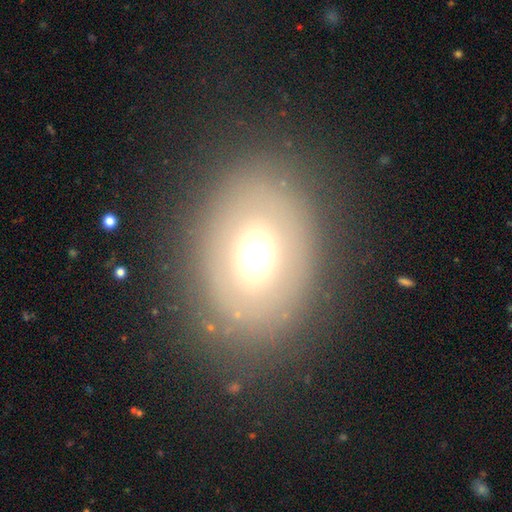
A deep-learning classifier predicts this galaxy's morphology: A smooth galaxy with no disk features (56%) that is in between round and cigar-shaped (64%).

Vote fractions:
- Smooth or featured? smooth: 56% / featured or disk: 29% / star or artifact: 14%
- How rounded? in between: 64% / round: 35% / cigar-shaped: 1%
- Merging? none: 81% / minor disturbance: 11% / major disturbance: 7% / merger: 2%